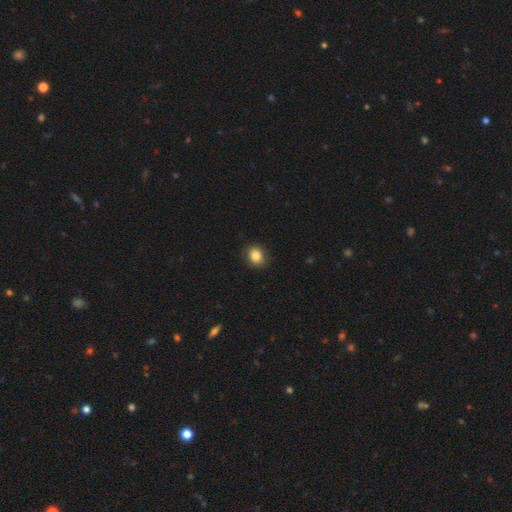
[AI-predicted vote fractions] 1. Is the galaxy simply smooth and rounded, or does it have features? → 84% smooth, 10% star or artifact, 7% featured or disk.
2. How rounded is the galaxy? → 58% round, 41% in between, 1% cigar-shaped.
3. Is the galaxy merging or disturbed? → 88% none, 9% minor disturbance, 2% major disturbance, 1% merger.